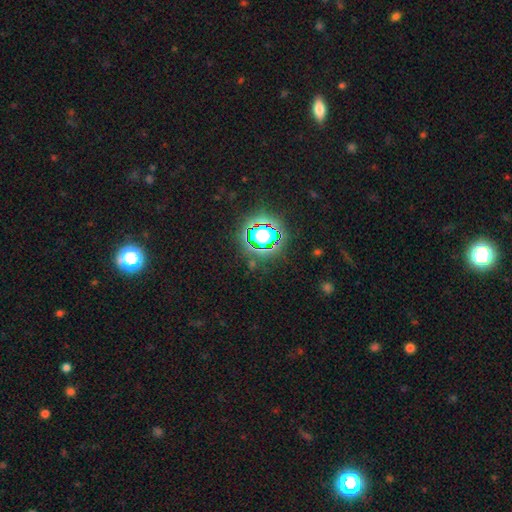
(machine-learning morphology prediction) Overall: star or artifact (76%).